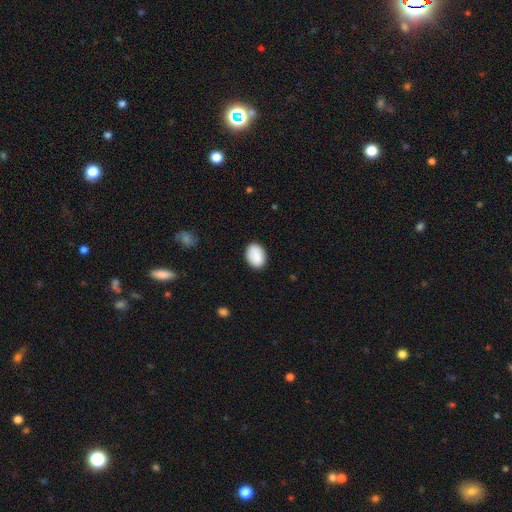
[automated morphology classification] type=smooth (89%); roundness=in between (78%); merging=none (86%).